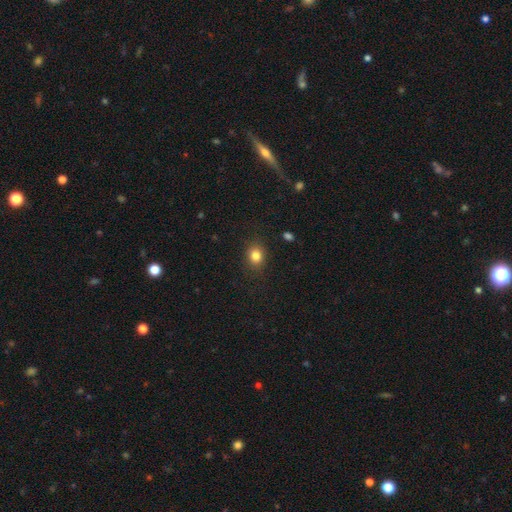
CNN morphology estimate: Q: Smooth or featured?
A: smooth (83%); runner-up: star or artifact (11%)
Q: How rounded?
A: round (55%); runner-up: in between (44%)
Q: Merging?
A: none (85%); runner-up: minor disturbance (11%)